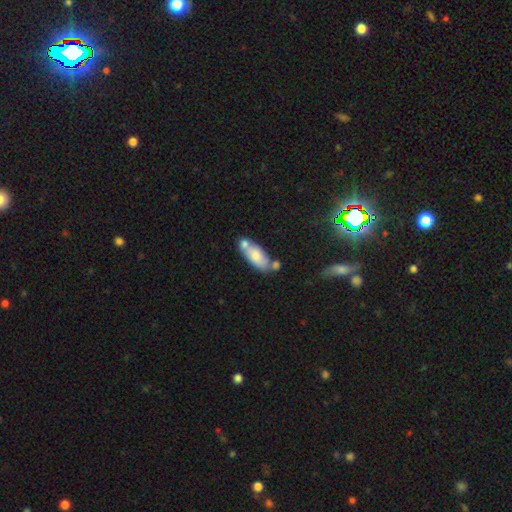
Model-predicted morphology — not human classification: smooth_or_featured: smooth (p=0.69) [alt: featured or disk p=0.24]
how_rounded: in between (p=0.76) [alt: cigar-shaped p=0.22]
merging: none (p=0.49) [alt: merger p=0.30]